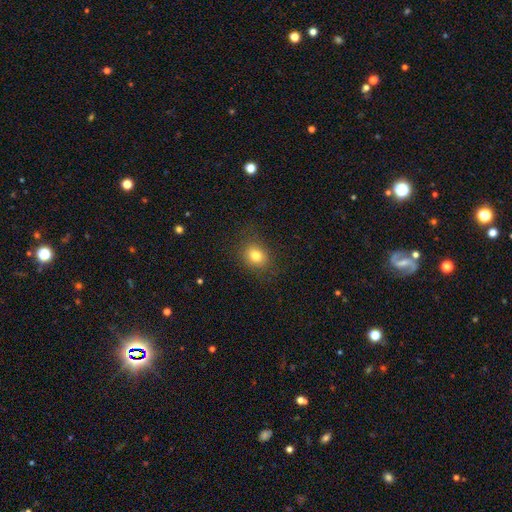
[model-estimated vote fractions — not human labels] A smooth galaxy with no disk features (80%) that is round (55%). Merging: none (83%).